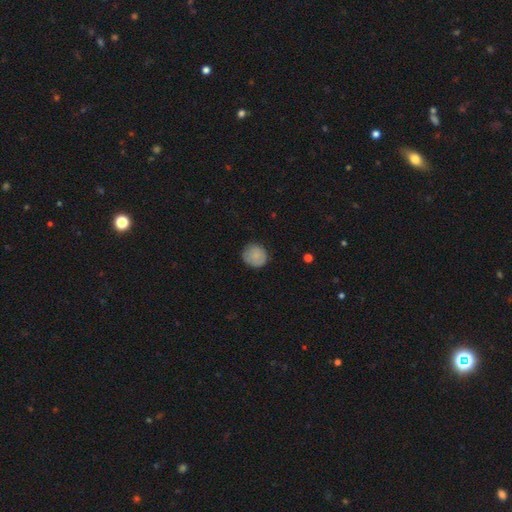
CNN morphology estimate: Q: Smooth or featured?
A: smooth (84%); runner-up: featured or disk (8%)
Q: How rounded?
A: round (89%); runner-up: in between (10%)
Q: Merging?
A: none (85%); runner-up: minor disturbance (12%)